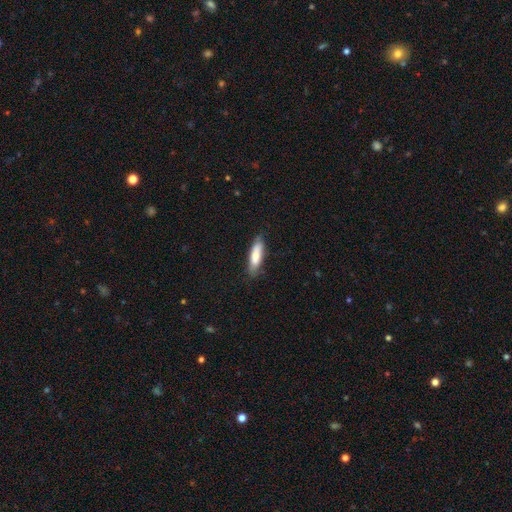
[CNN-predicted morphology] Overall: smooth (74%). How rounded: cigar-shaped (53%; in between 45%). Merging: none (79%).